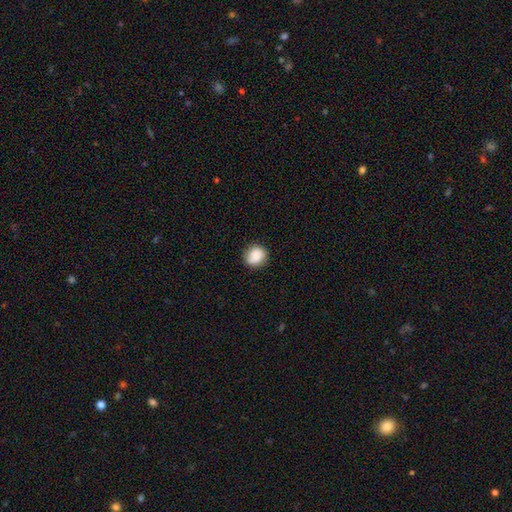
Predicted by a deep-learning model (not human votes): smooth_or_featured: smooth (p=0.86) [alt: star or artifact p=0.08]
how_rounded: round (p=0.81) [alt: in between p=0.18]
merging: none (p=0.82) [alt: minor disturbance p=0.13]